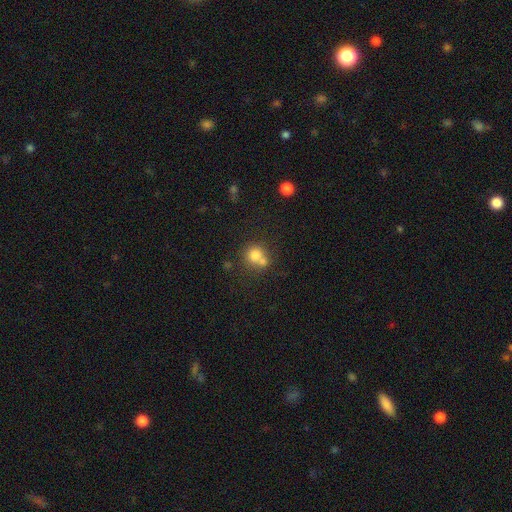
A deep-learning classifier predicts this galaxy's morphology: Smooth or featured? smooth (76%)
How rounded? round (82%)
Merging? merger (45%)